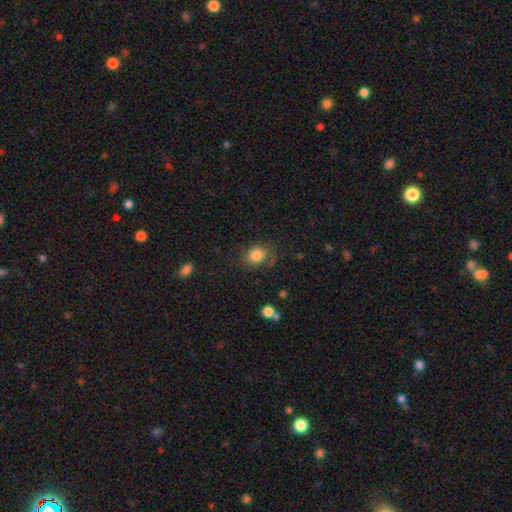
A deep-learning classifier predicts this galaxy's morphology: Smooth or featured? smooth (84%)
How rounded? round (59%)
Merging? none (73%)